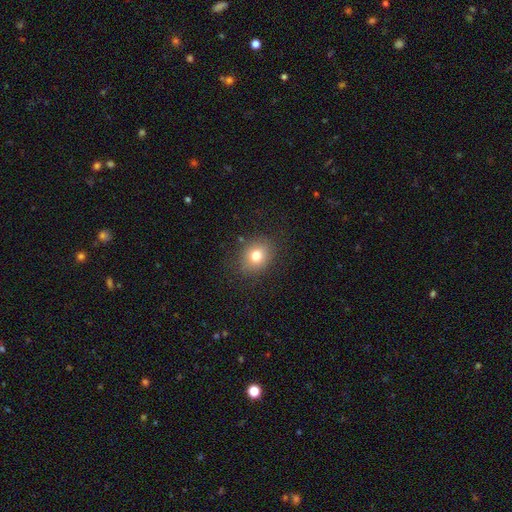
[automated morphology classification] The model was most divided on "how rounded": round: 57%, in between: 42%, cigar-shaped: 1%. More confident: merging — none (84%); smooth or featured — smooth (77%).